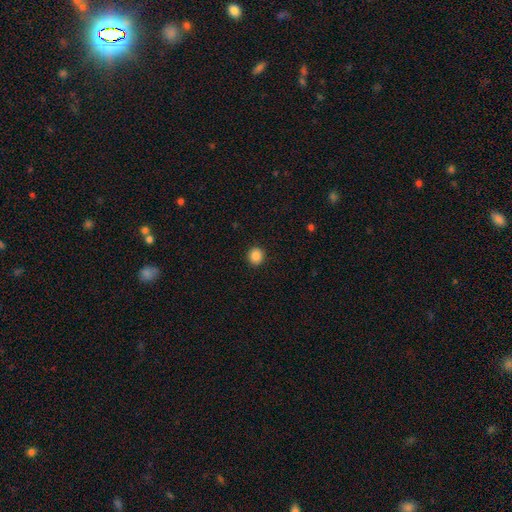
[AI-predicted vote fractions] Morphology: type=smooth (87%); roundness=round (86%); merging=none (92%).